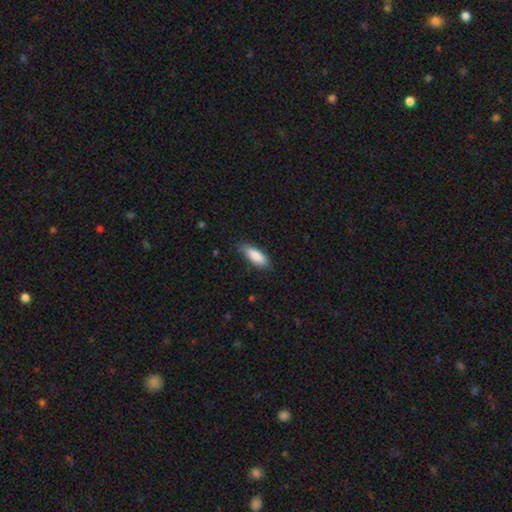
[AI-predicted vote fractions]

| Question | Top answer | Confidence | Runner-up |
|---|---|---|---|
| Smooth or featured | smooth | 85% | featured or disk (9%) |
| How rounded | in between | 67% | cigar-shaped (31%) |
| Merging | none | 75% | minor disturbance (20%) |